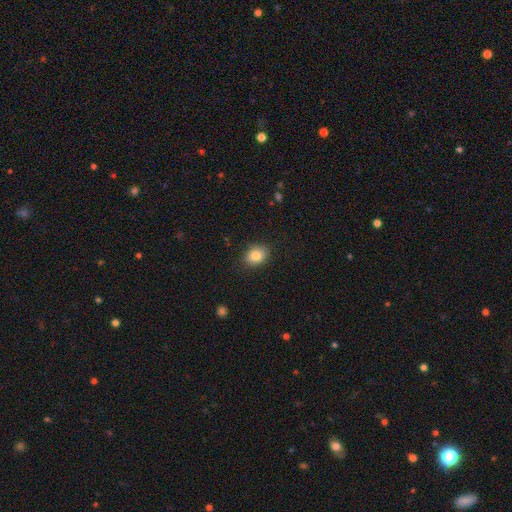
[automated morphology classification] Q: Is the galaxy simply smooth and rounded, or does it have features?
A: smooth — 83%.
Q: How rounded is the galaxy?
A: in between — 60%.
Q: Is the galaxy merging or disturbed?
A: none — 86%.